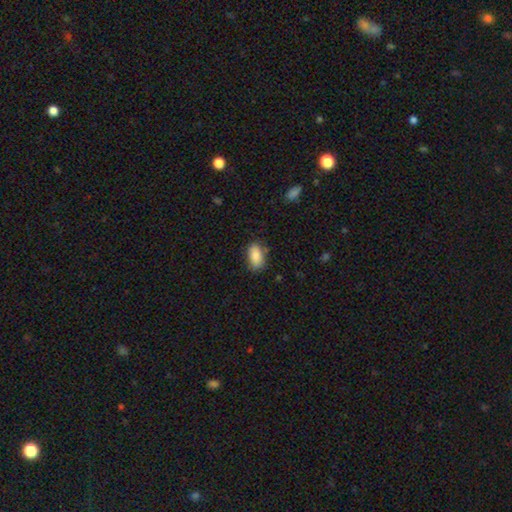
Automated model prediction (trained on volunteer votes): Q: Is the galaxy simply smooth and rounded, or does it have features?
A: smooth — 86%.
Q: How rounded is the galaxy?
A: in between — 92%.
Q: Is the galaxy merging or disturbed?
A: none — 78%.